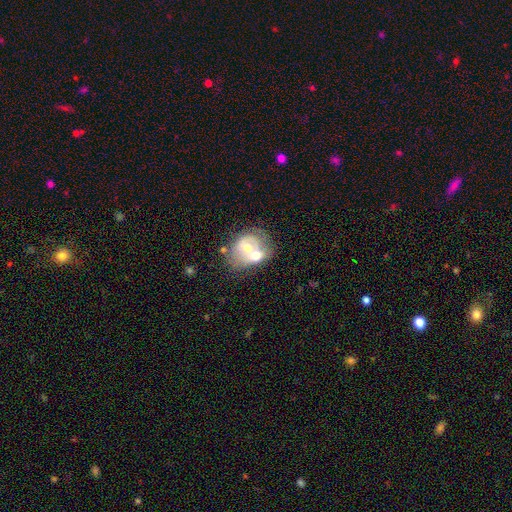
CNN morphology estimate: Smooth or featured: featured or disk — 51% (smooth — 42%)
Edge-on disk: no — 96% (yes — 4%)
Merging: merger — 59% (none — 22%)